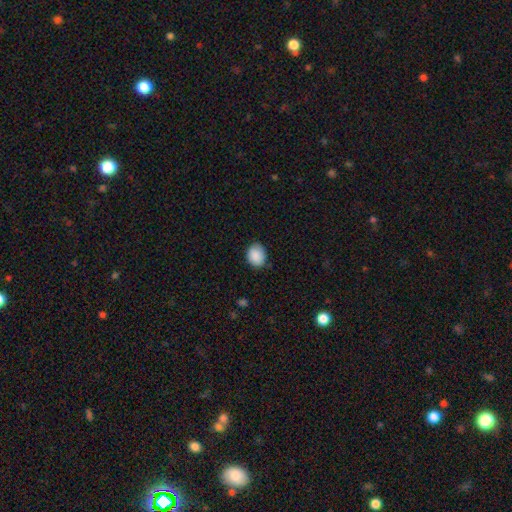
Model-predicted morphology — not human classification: This appears to be a smooth galaxy with no disk features (89%) that is in between round and cigar-shaped (50%). Merging: none (80%).